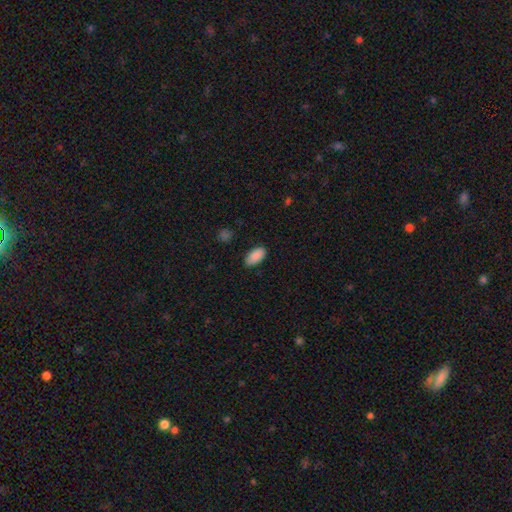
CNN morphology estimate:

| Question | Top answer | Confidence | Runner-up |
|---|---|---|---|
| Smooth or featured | smooth | 90% | star or artifact (7%) |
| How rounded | in between | 94% | cigar-shaped (4%) |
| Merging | none | 85% | minor disturbance (11%) |